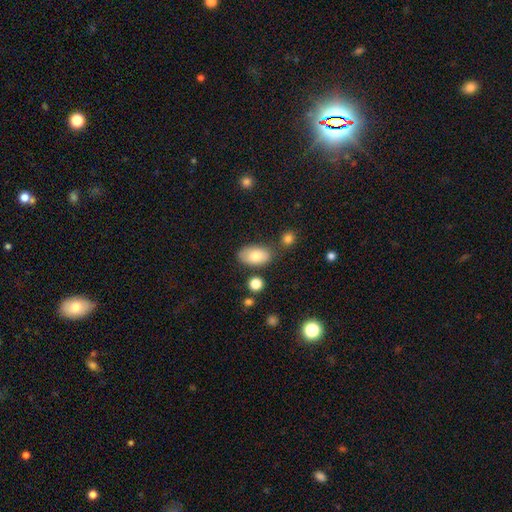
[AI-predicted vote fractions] This appears to be a smooth galaxy with no disk features (77%) that is in between round and cigar-shaped (92%). Merging: none (73%).